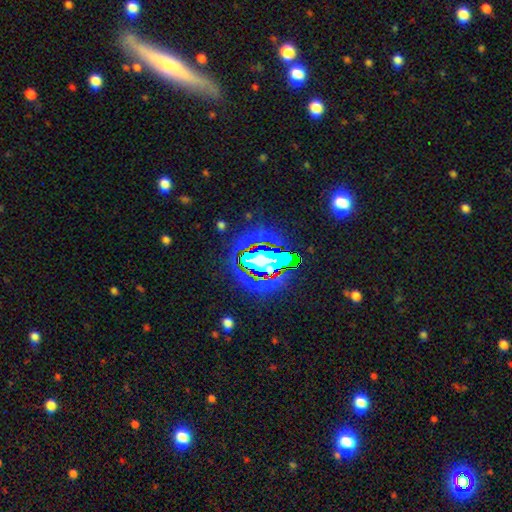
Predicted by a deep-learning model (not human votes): star or artifact 77%, featured or disk 12%, smooth 11%.